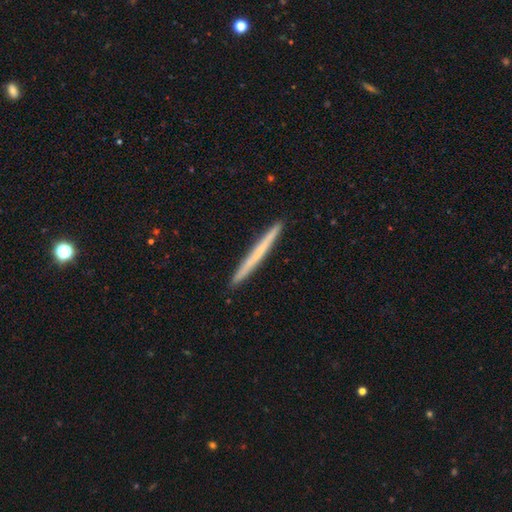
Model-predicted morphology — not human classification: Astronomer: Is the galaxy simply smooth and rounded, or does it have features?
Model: smooth — 56% (runner-up: featured or disk, 39%).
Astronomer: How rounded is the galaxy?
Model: cigar-shaped — 98%.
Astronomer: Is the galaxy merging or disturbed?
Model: none — 93%.